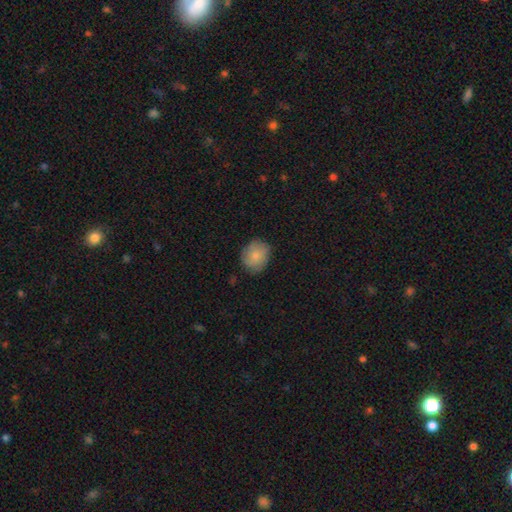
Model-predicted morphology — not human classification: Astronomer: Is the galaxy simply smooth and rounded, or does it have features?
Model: smooth — 80%.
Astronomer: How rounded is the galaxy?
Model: round — 66%.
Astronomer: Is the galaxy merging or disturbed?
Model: none — 79%.